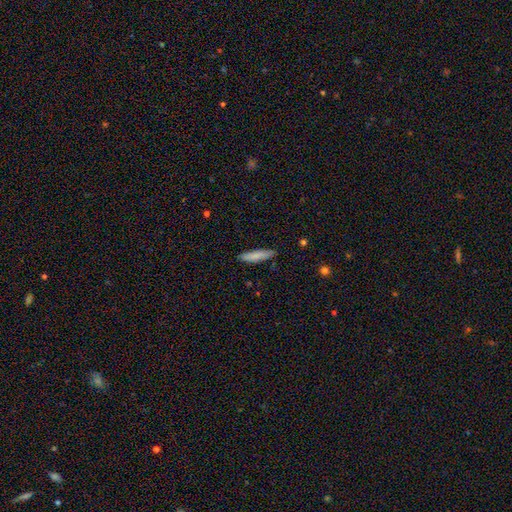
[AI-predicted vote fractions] Overall: smooth (81%). How rounded: cigar-shaped (83%). Merging: none (86%).